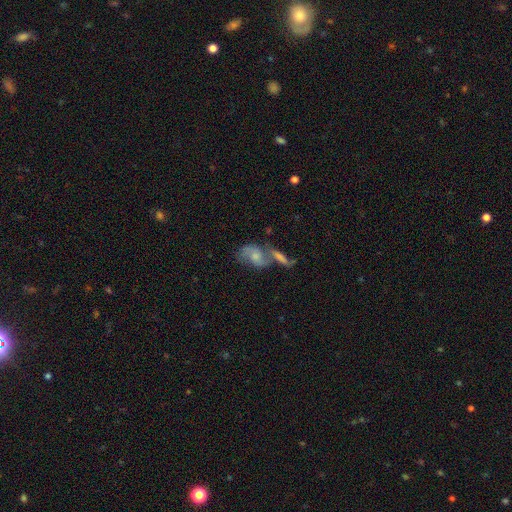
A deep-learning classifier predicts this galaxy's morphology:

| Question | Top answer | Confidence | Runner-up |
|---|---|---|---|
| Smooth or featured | featured or disk | 63% | smooth (29%) |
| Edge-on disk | no | 95% | yes (5%) |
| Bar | no | 64% | weak (30%) |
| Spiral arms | yes | 85% | no (15%) |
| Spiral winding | medium | 43% | loose (42%) |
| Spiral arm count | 2 | 84% | can't tell (8%) |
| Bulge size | moderate | 44% | small (39%) |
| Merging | merger | 49% | none (29%) |